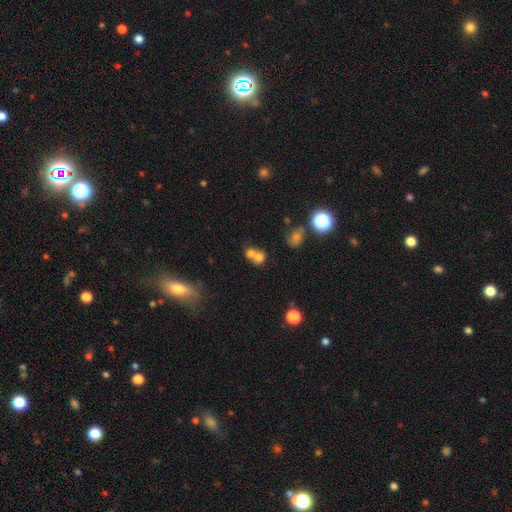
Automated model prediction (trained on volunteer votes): Morphology: type=smooth (68%); roundness=round (65%); merging=merger (63%).